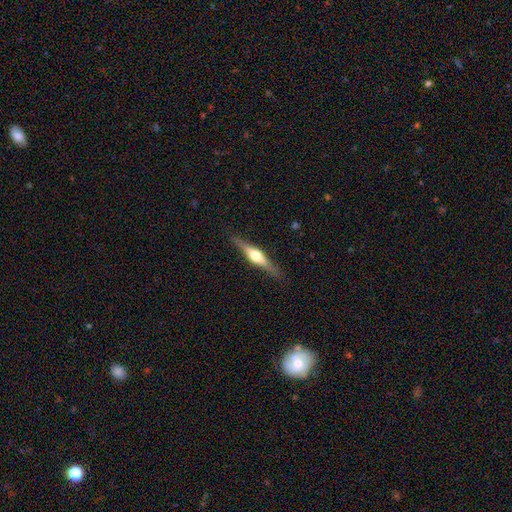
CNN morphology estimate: A featured or disk galaxy (75%) viewed edge-on (98%) with a rounded central bulge (91%).

Vote fractions:
- Smooth or featured? featured or disk: 75% / smooth: 19% / star or artifact: 5%
- Edge-on disk? yes: 98% / no: 2%
- Edge-on bulge? rounded: 91% / boxy: 7% / none: 2%
- Merging? none: 89% / minor disturbance: 8% / major disturbance: 2% / merger: 1%